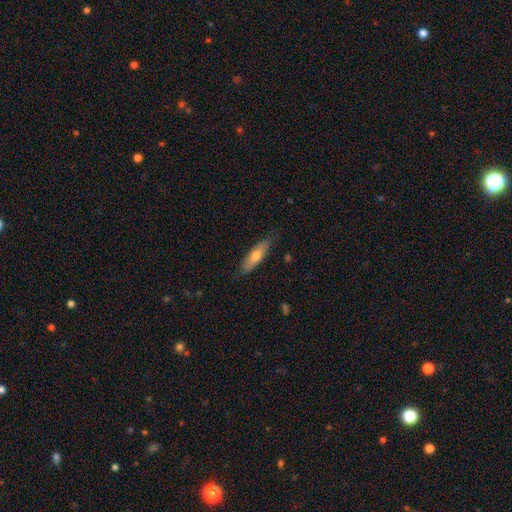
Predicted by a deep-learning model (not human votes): smooth_or_featured: smooth (p=0.65) [alt: featured or disk p=0.29]
how_rounded: cigar-shaped (p=0.66) [alt: in between p=0.32]
merging: none (p=0.84) [alt: minor disturbance p=0.13]